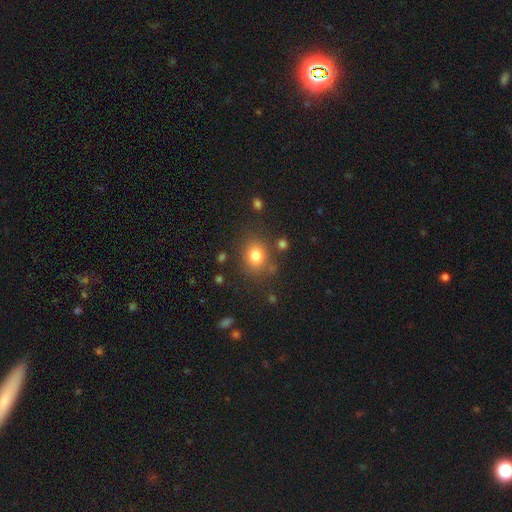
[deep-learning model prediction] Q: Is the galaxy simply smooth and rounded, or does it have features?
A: smooth — 80%.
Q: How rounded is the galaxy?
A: round — 63%.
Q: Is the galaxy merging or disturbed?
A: none — 79%.